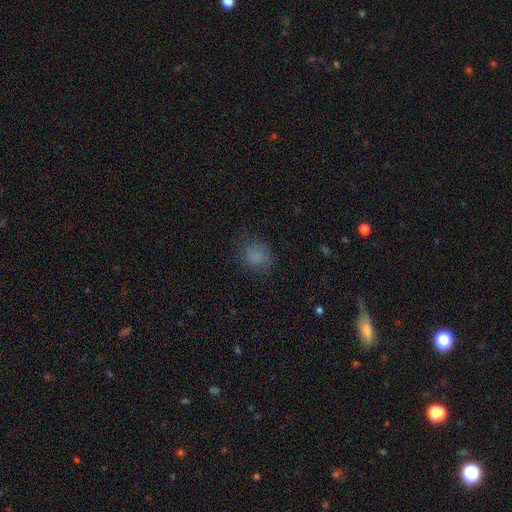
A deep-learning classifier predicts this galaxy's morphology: Smooth or featured: smooth — 79% (star or artifact — 14%)
How rounded: round — 72% (in between — 27%)
Merging: none — 75% (minor disturbance — 17%)